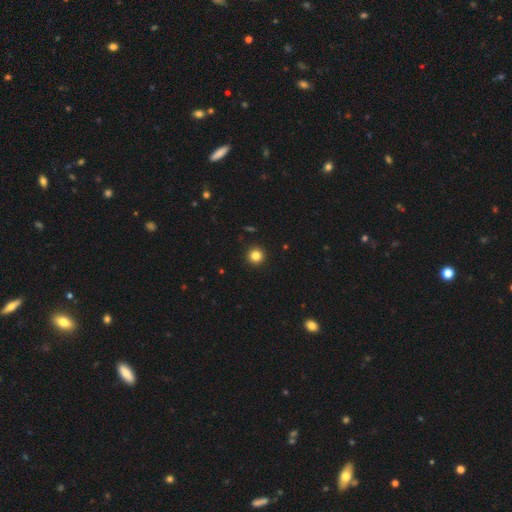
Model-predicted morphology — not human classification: smooth_or_featured: smooth (p=0.83) [alt: star or artifact p=0.12]
how_rounded: round (p=0.96) [alt: in between p=0.03]
merging: none (p=0.94) [alt: minor disturbance p=0.04]